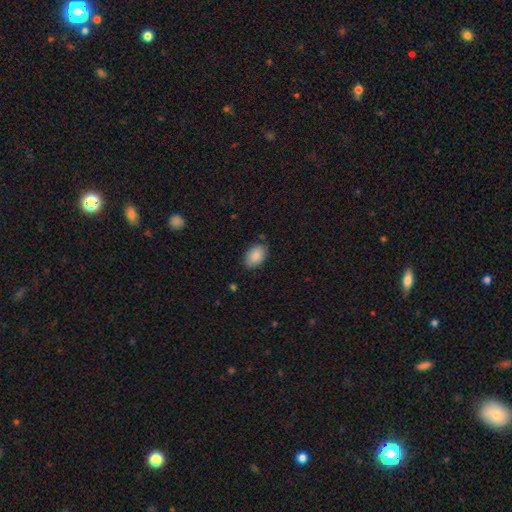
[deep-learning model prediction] smooth 88%, star or artifact 7%, featured or disk 6%. Down the decision tree: how rounded — in between (89%); merging — none (82%).